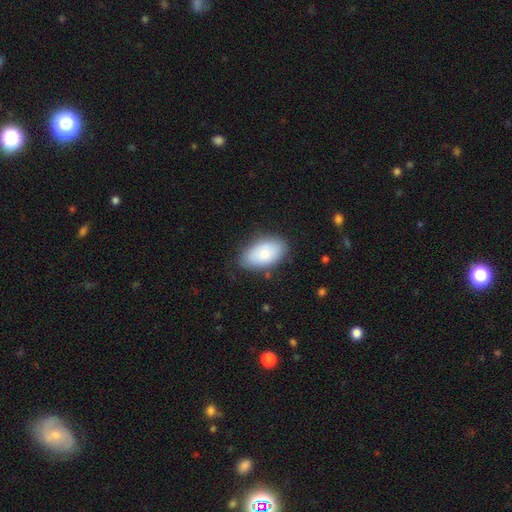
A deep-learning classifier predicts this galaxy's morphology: Smooth or featured?
  - smooth: 79% *
  - featured or disk: 14%
  - star or artifact: 6%
How rounded?
  - in between: 93% *
  - round: 5%
  - cigar-shaped: 1%
Merging?
  - none: 77% *
  - minor disturbance: 18%
  - major disturbance: 4%
  - merger: 2%